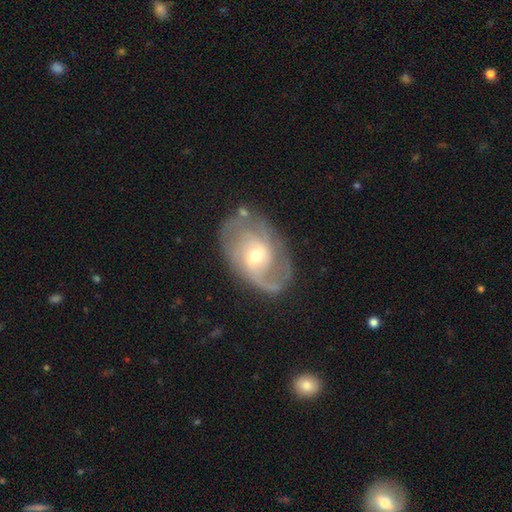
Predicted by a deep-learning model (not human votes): Smooth or featured? featured or disk (82%)
Edge-on disk? no (96%)
Bar? no (47%)
Spiral arms? yes (92%)
Spiral winding? medium (44%)
Spiral arm count? 2 (57%)
Bulge size? moderate (51%)
Merging? none (66%)